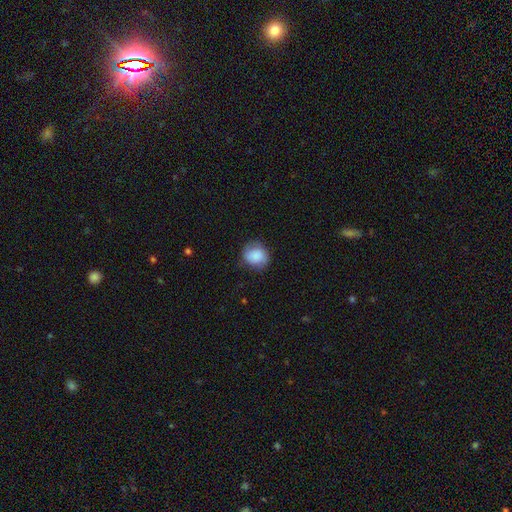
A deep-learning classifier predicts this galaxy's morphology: type=smooth (84%); roundness=round (73%); merging=none (74%).